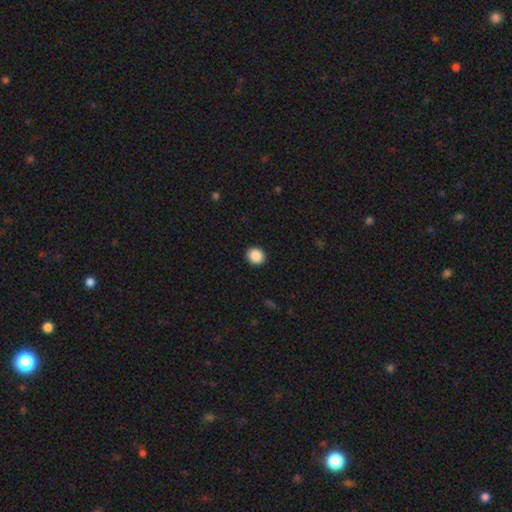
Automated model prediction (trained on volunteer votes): Overall: smooth (89%). How rounded: round (76%). Merging: none (92%).